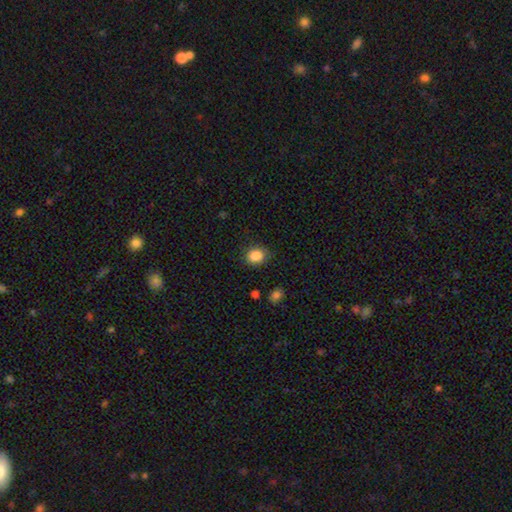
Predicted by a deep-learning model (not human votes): This appears to be a smooth galaxy with no disk features (86%) that is round (58%). Merging: none (83%).